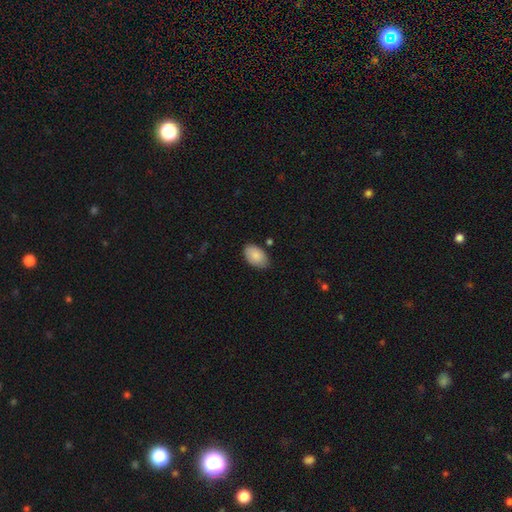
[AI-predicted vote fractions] Smooth or featured? smooth (87%)
How rounded? in between (93%)
Merging? none (77%)